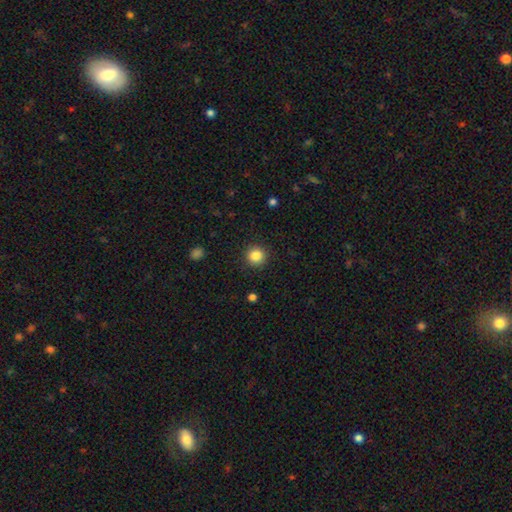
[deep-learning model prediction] The model was most divided on "smooth or featured": smooth: 85%, star or artifact: 11%, featured or disk: 4%. More confident: how rounded — round (93%); merging — none (91%).